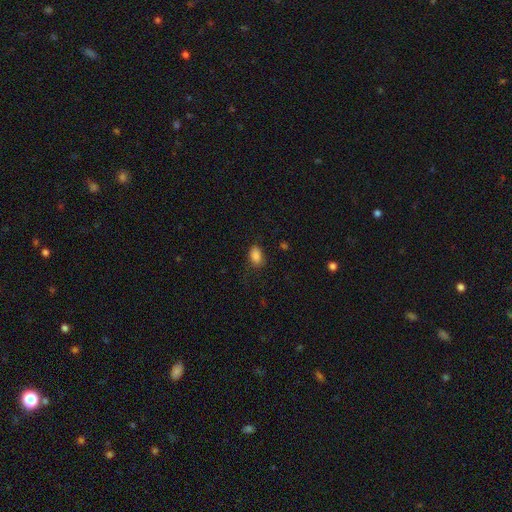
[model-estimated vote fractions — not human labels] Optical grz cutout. It shows a smooth galaxy with no disk features (86%) that is in between round and cigar-shaped (87%). Merging: none (78%).